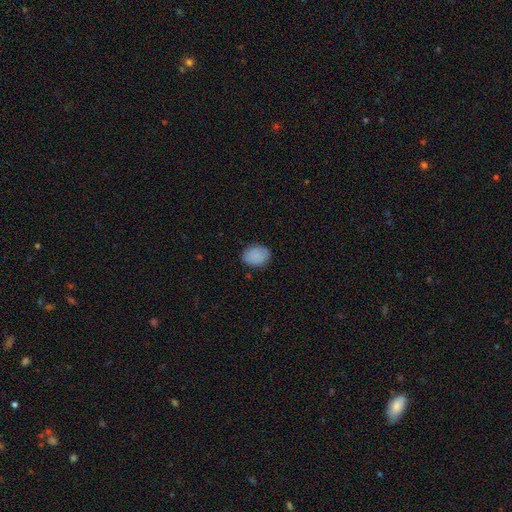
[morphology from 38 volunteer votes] smooth-or-featured: smooth: 89% | featured or disk: 5% | star or artifact: 5%
  how-rounded: in between: 76% | round: 24% | cigar-shaped: 0%
  merging: none: 72% | minor disturbance: 17% | merger: 8% | major disturbance: 3%